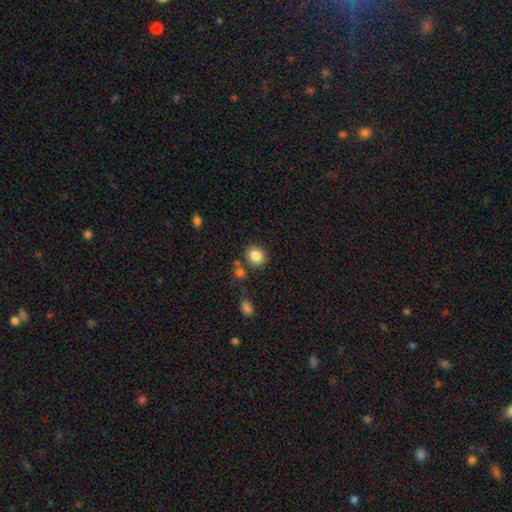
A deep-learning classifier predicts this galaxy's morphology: Smooth or featured: smooth — 84% (star or artifact — 9%)
How rounded: round — 76% (in between — 23%)
Merging: none — 77% (minor disturbance — 11%)